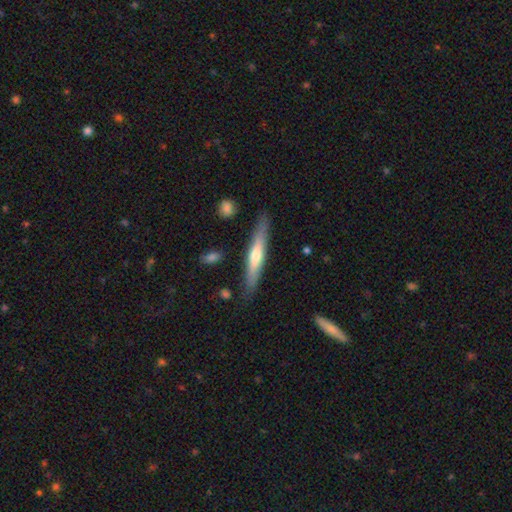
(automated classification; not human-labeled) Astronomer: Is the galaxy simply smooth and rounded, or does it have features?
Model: featured or disk — 51% (runner-up: smooth, 43%).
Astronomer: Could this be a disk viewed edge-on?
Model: yes — 94%.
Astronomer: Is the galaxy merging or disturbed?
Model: none — 85%.